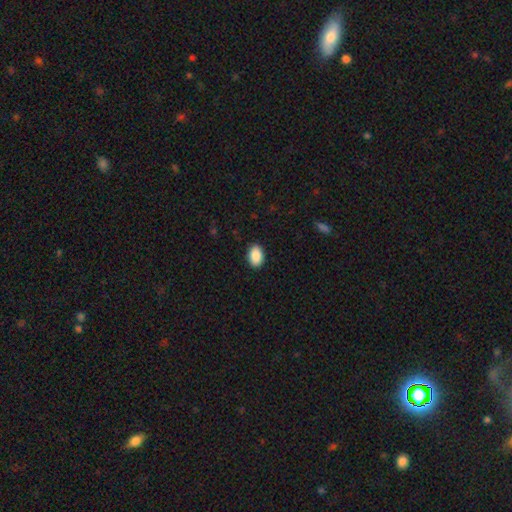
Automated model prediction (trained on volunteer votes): smooth-or-featured: smooth: 90% | star or artifact: 7% | featured or disk: 3%
  how-rounded: in between: 89% | round: 9% | cigar-shaped: 1%
  merging: none: 90% | minor disturbance: 7% | major disturbance: 2% | merger: 1%